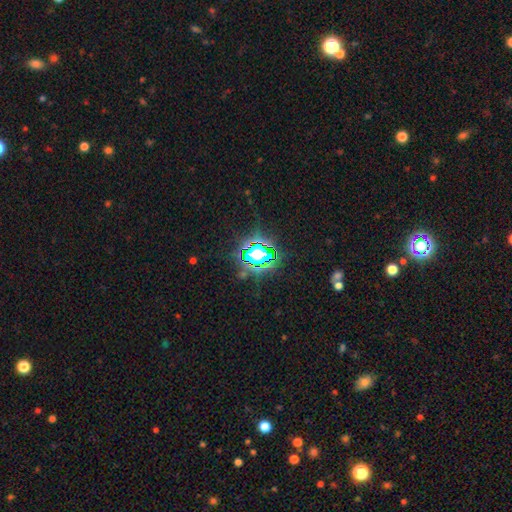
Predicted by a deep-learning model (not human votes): Morphology: type=star or artifact (72%).